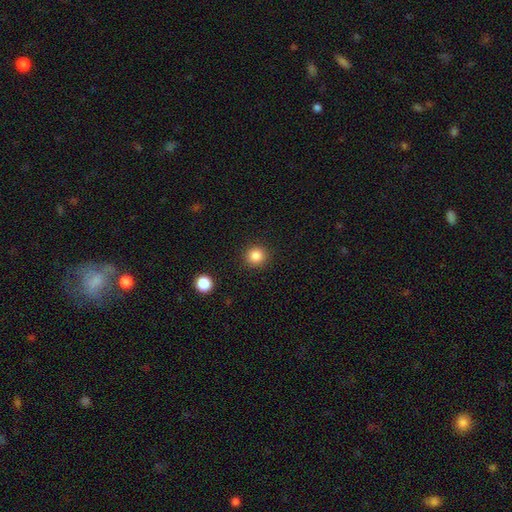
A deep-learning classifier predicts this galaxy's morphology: smooth-or-featured: smooth: 85% | star or artifact: 11% | featured or disk: 4%
  how-rounded: round: 93% | in between: 6% | cigar-shaped: 1%
  merging: none: 91% | minor disturbance: 6% | major disturbance: 2% | merger: 1%